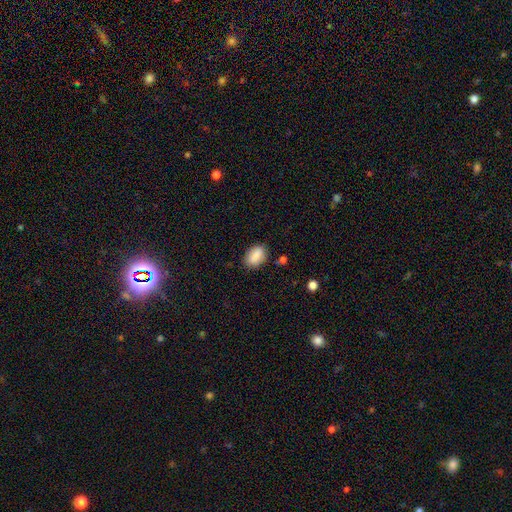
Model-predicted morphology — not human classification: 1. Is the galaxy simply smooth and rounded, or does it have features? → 86% smooth, 7% star or artifact, 6% featured or disk.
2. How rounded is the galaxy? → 88% in between, 10% round, 2% cigar-shaped.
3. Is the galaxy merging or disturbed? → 81% none, 14% minor disturbance, 3% major disturbance, 2% merger.